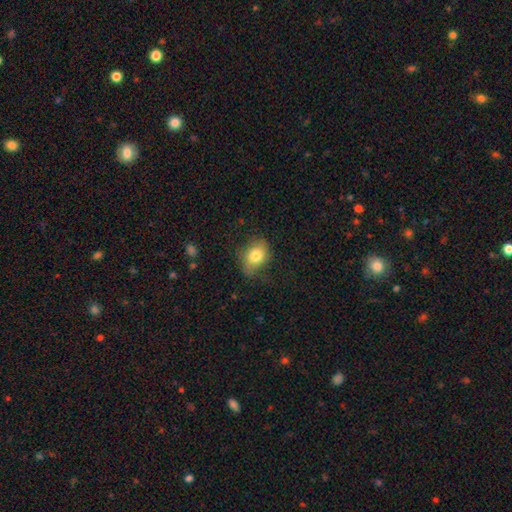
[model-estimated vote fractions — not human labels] Morphology: type=smooth (78%); roundness=in between (67%); merging=none (61%).